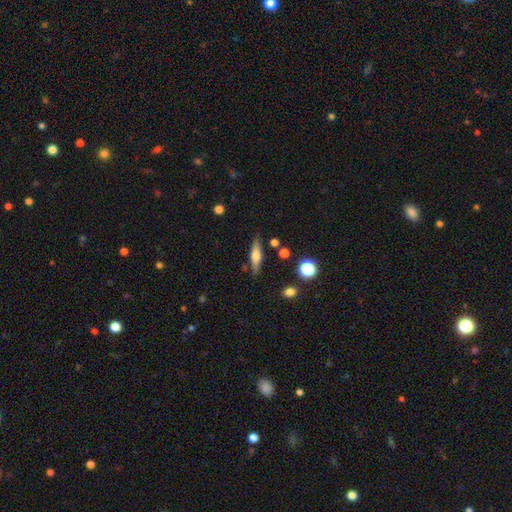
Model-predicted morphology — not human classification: A featured or disk galaxy (52%) viewed edge-on (94%).

Vote fractions:
- Smooth or featured? featured or disk: 52% / smooth: 40% / star or artifact: 8%
- Edge-on disk? yes: 94% / no: 6%
- Merging? none: 83% / minor disturbance: 11% / merger: 3% / major disturbance: 3%